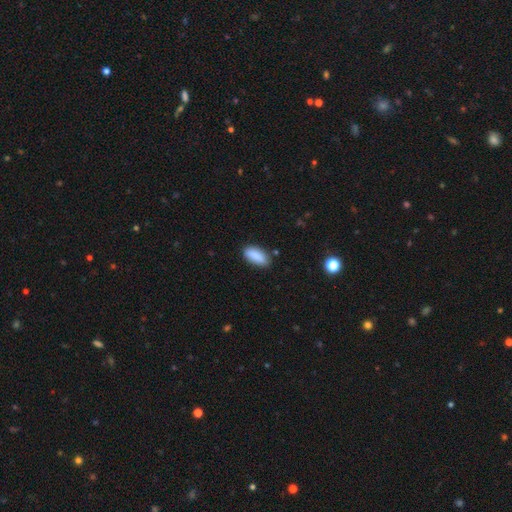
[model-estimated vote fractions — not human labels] A smooth galaxy with no disk features (89%) that is in between round and cigar-shaped (84%).

Vote fractions:
- Smooth or featured? smooth: 89% / star or artifact: 7% / featured or disk: 4%
- How rounded? in between: 84% / cigar-shaped: 14% / round: 2%
- Merging? none: 84% / minor disturbance: 12% / major disturbance: 2% / merger: 2%